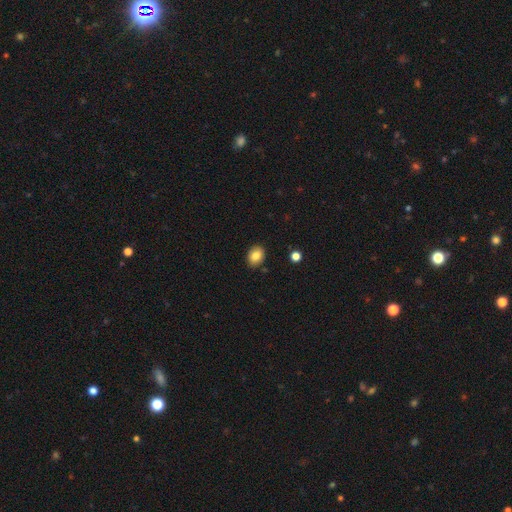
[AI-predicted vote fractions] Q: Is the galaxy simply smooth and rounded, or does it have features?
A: smooth — 85%.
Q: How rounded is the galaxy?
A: in between — 61%.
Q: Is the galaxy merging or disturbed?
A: none — 87%.